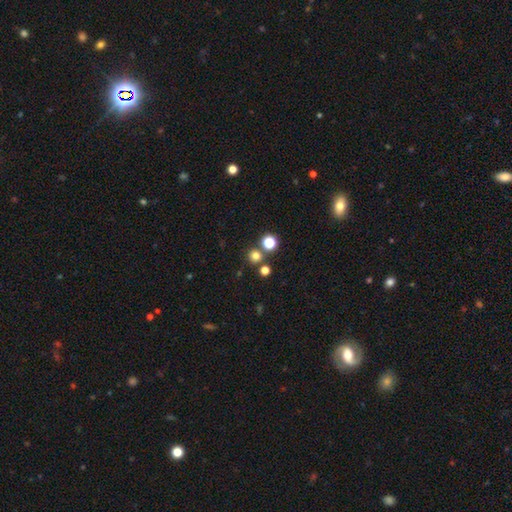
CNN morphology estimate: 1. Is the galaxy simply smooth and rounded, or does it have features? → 74% smooth, 20% star or artifact, 6% featured or disk.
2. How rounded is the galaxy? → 92% round, 7% in between, 1% cigar-shaped.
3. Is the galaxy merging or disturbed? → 77% none, 13% merger, 7% minor disturbance, 3% major disturbance.